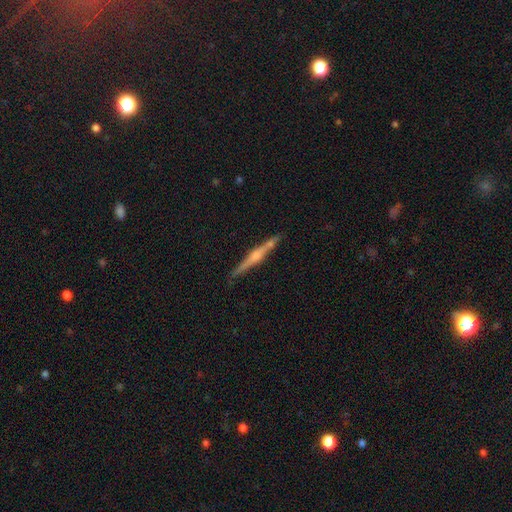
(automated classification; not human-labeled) Smooth or featured: featured or disk — 73% (smooth — 21%)
Edge-on disk: yes — 98% (no — 2%)
Edge-on bulge: rounded — 82% (boxy — 10%)
Merging: none — 85% (minor disturbance — 10%)